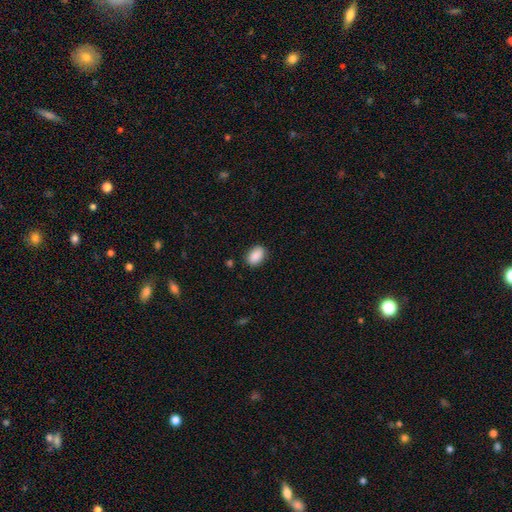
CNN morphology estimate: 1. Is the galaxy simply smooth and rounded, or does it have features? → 89% smooth, 7% star or artifact, 4% featured or disk.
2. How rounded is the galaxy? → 89% in between, 9% round, 2% cigar-shaped.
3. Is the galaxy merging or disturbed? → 85% none, 11% minor disturbance, 2% major disturbance, 2% merger.